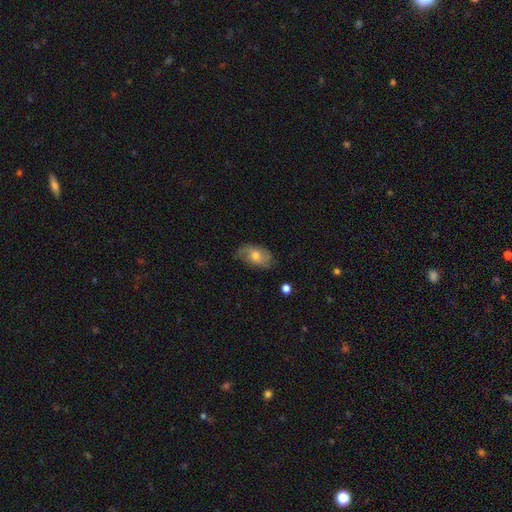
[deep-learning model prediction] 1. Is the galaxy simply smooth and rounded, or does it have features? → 53% smooth, 39% featured or disk, 8% star or artifact.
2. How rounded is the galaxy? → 88% in between, 10% round, 2% cigar-shaped.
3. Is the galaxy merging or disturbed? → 65% none, 25% minor disturbance, 8% major disturbance, 2% merger.